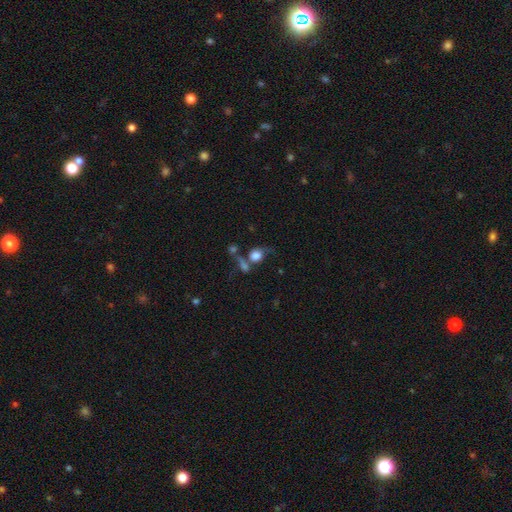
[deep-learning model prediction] This is likely a smooth galaxy (69%). How rounded: likely round (76%). Merging: marginally merger (33%).